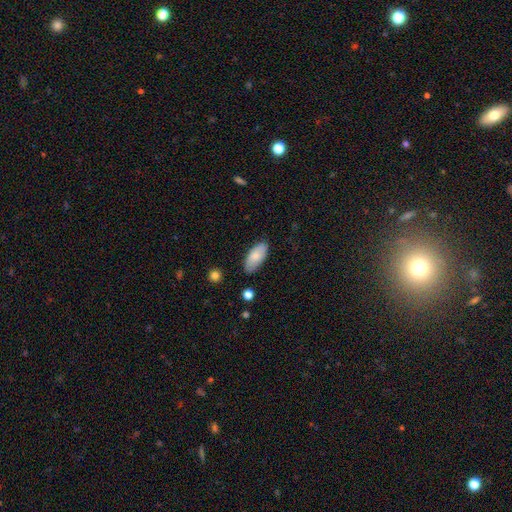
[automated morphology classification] Smooth or featured? smooth (80%)
How rounded? in between (91%)
Merging? none (82%)